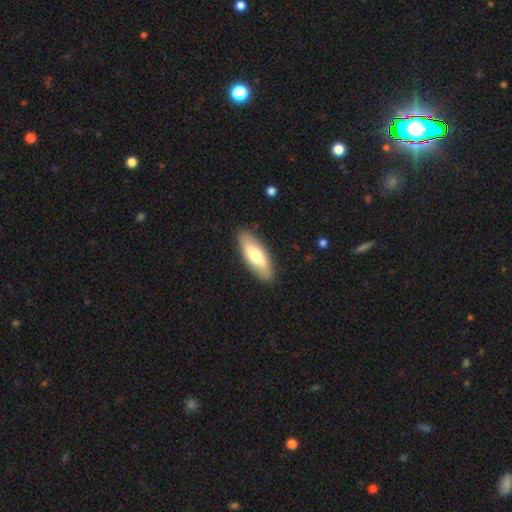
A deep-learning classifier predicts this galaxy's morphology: smooth 67%, featured or disk 27%, star or artifact 5%. Down the decision tree: how rounded — in between (68%); merging — none (88%).